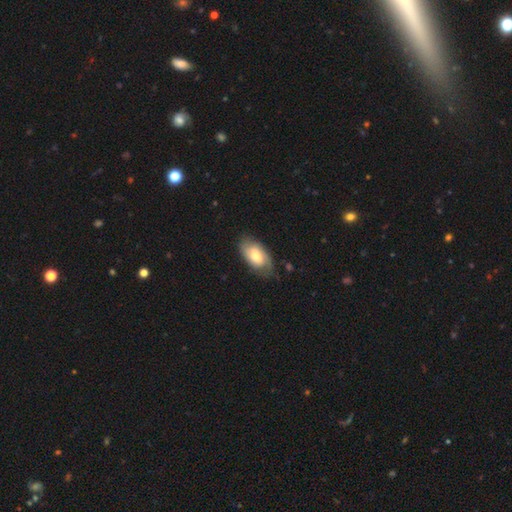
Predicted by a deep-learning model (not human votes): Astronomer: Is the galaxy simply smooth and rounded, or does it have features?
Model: smooth — 55% (runner-up: featured or disk, 39%).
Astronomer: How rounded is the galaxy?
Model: in between — 93%.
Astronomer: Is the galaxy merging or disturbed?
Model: none — 70%.